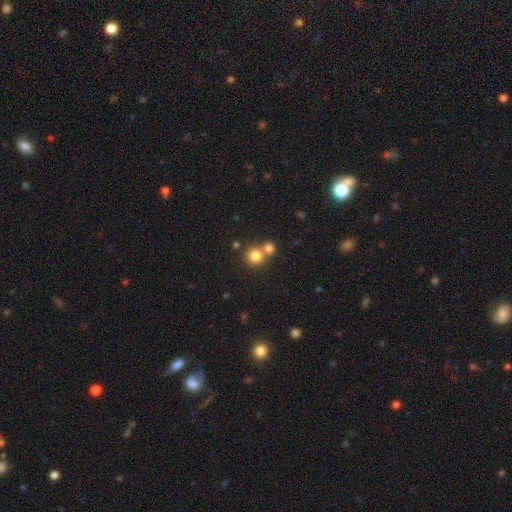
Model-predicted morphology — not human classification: Smooth or featured: smooth — 80% (star or artifact — 12%)
How rounded: round — 90% (in between — 9%)
Merging: none — 51% (merger — 40%)